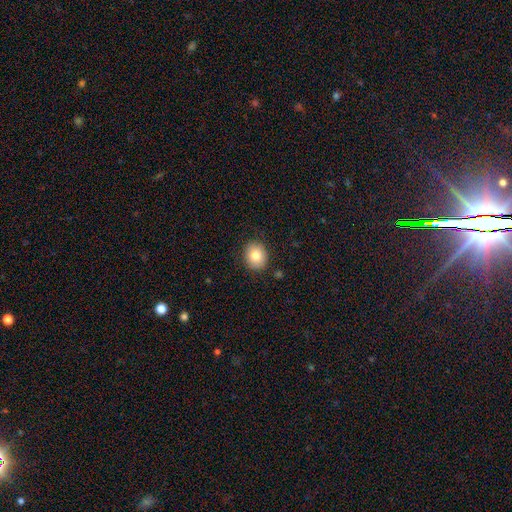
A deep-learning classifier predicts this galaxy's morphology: Smooth or featured: smooth — 82% (featured or disk — 9%)
How rounded: round — 67% (in between — 32%)
Merging: none — 88% (minor disturbance — 9%)